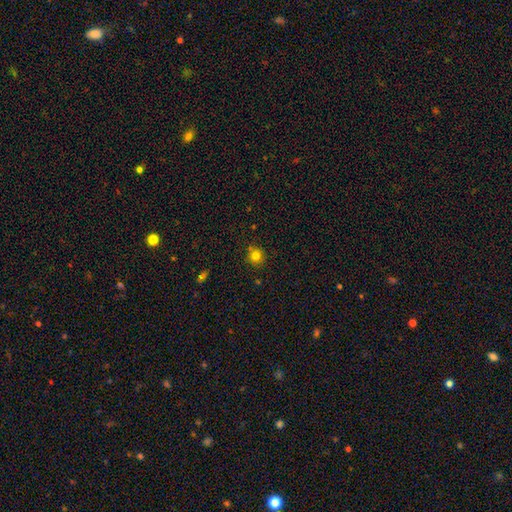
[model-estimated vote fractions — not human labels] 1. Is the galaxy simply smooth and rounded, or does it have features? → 79% smooth, 14% star or artifact, 7% featured or disk.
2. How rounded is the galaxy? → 92% round, 7% in between, 1% cigar-shaped.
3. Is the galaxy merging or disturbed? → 83% none, 10% minor disturbance, 5% merger, 2% major disturbance.